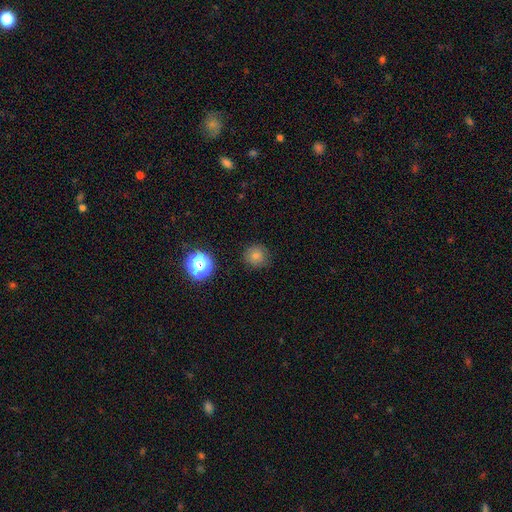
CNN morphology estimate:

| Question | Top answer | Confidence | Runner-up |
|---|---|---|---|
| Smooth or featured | smooth | 79% | star or artifact (15%) |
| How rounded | round | 93% | in between (6%) |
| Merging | none | 85% | minor disturbance (10%) |